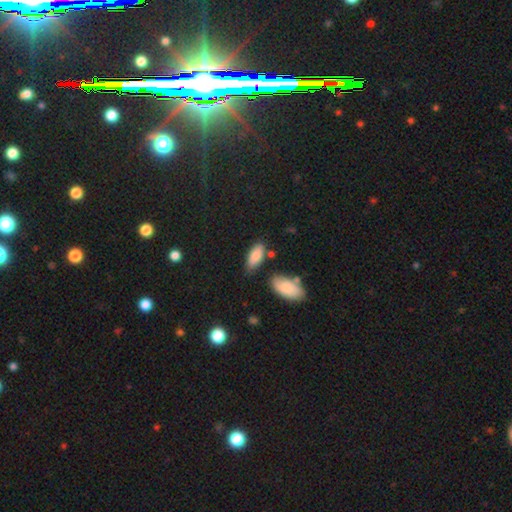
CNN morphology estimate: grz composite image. It shows a smooth galaxy with no disk features (83%) that is in between round and cigar-shaped (85%). Merging: none (66%).